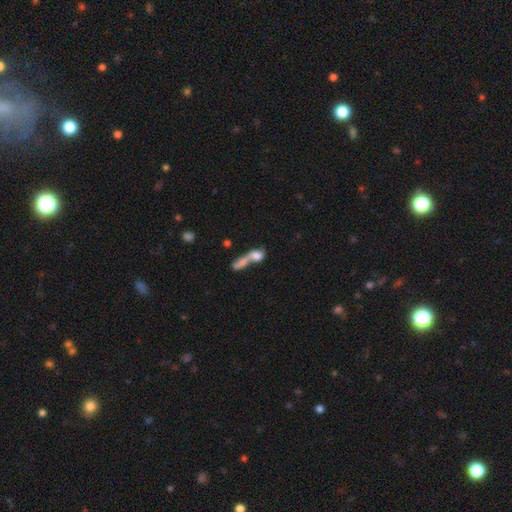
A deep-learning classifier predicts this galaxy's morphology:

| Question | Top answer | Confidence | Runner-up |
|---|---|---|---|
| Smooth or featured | smooth | 63% | featured or disk (26%) |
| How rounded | in between | 52% | cigar-shaped (28%) |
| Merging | merger | 69% | none (14%) |